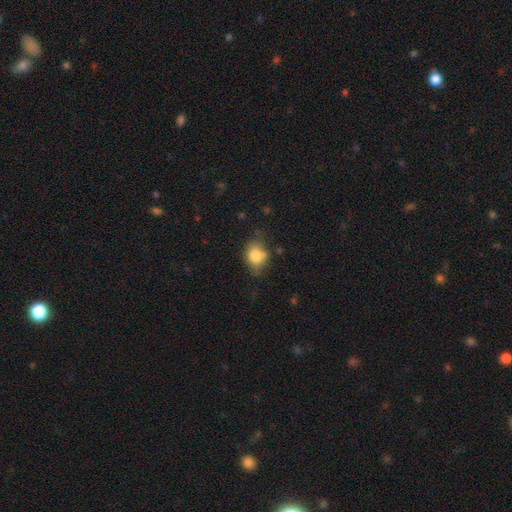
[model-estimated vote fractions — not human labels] Morphology: type=smooth (81%); roundness=in between (56%); merging=none (61%).